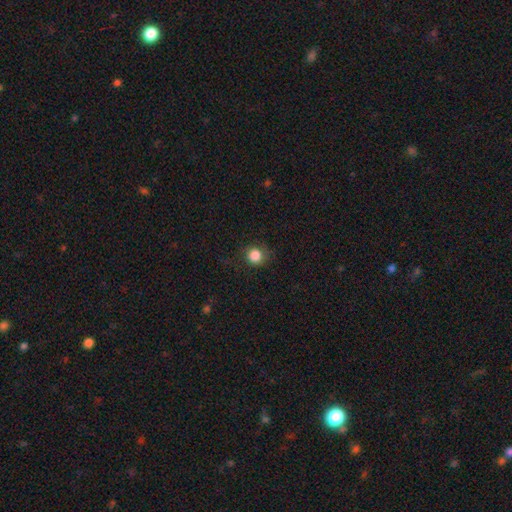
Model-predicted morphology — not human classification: type=smooth (85%); roundness=round (90%); merging=none (79%).